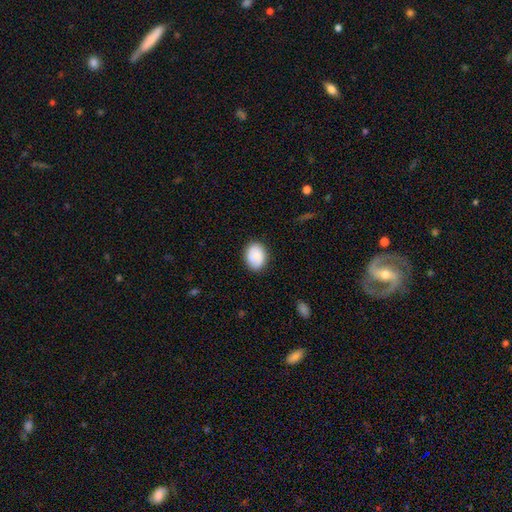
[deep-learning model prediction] smooth_or_featured: smooth (p=0.77) [alt: featured or disk p=0.16]
how_rounded: in between (p=0.62) [alt: round p=0.37]
merging: none (p=0.83) [alt: minor disturbance p=0.13]